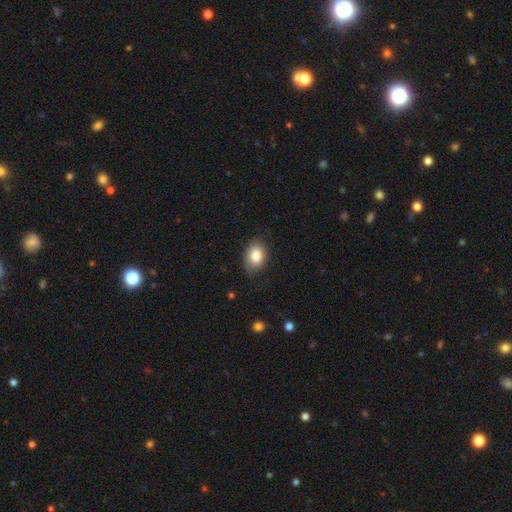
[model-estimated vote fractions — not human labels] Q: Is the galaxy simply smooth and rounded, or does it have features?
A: smooth — 83%.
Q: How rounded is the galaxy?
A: in between — 79%.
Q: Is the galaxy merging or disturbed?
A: none — 77%.